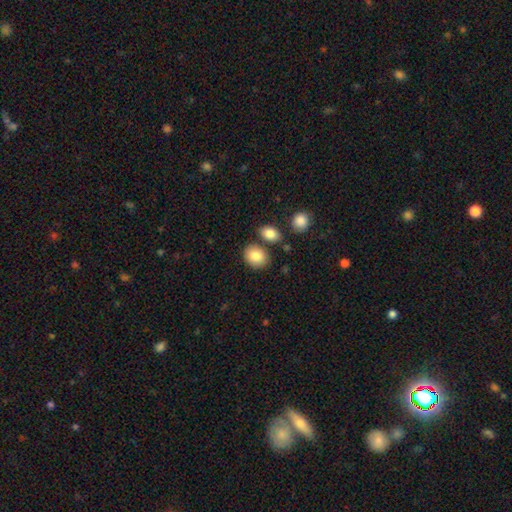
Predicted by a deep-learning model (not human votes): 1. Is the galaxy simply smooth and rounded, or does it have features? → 85% smooth, 8% star or artifact, 7% featured or disk.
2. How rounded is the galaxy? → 57% in between, 42% round, 1% cigar-shaped.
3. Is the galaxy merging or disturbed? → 75% none, 11% minor disturbance, 11% merger, 3% major disturbance.